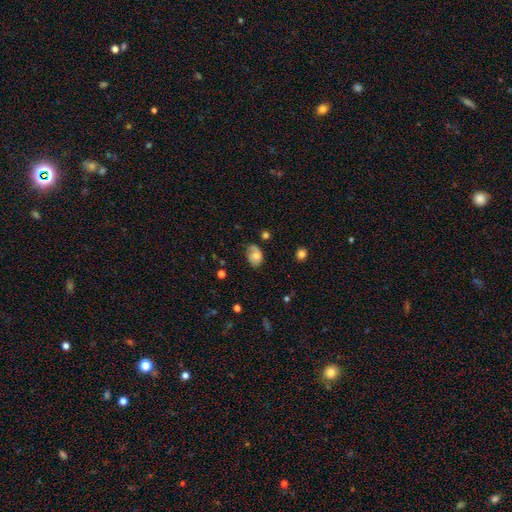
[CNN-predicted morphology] This is possibly a smooth galaxy (56%). How rounded: likely in between (69%). Merging: possibly none (48%).